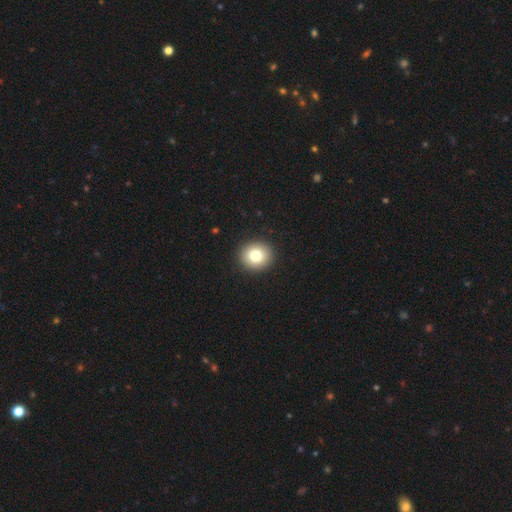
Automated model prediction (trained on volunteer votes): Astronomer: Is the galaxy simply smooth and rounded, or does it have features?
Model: smooth — 80%.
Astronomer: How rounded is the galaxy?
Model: round — 85%.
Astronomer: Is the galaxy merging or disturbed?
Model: none — 92%.